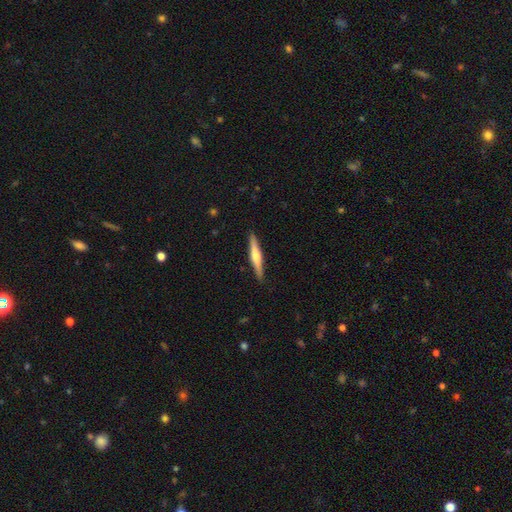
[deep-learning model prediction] A featured or disk galaxy (58%) viewed edge-on (97%) with a rounded central bulge (77%).

Vote fractions:
- Smooth or featured? featured or disk: 58% / smooth: 37% / star or artifact: 5%
- Edge-on disk? yes: 97% / no: 3%
- Edge-on bulge? rounded: 77% / none: 12% / boxy: 11%
- Merging? none: 90% / minor disturbance: 7% / major disturbance: 1% / merger: 1%